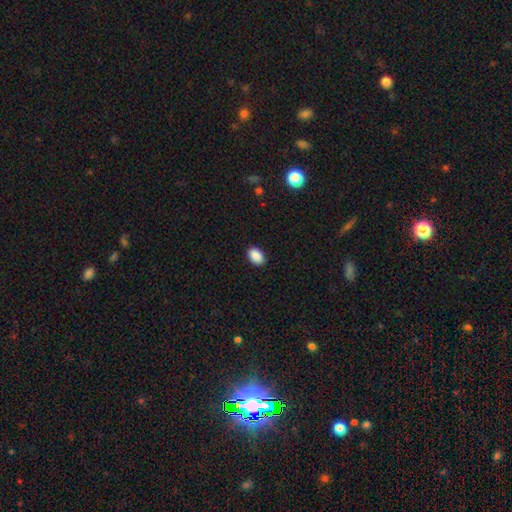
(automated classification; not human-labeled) This is clearly a smooth galaxy (90%). How rounded: clearly in between (86%). Merging: clearly none (89%).